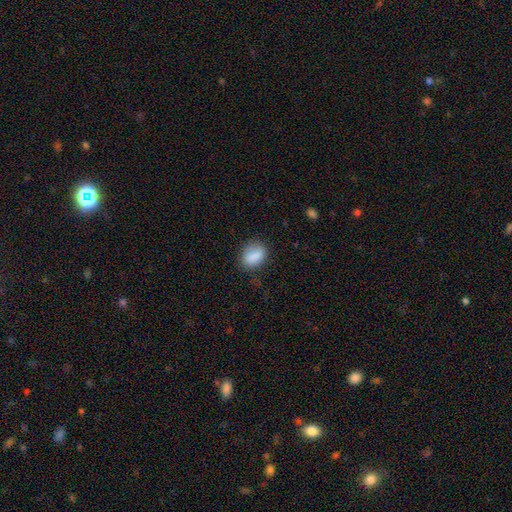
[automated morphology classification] smooth-or-featured: smooth: 85% | star or artifact: 8% | featured or disk: 6%
  how-rounded: in between: 73% | round: 26% | cigar-shaped: 2%
  merging: none: 74% | minor disturbance: 19% | major disturbance: 5% | merger: 2%